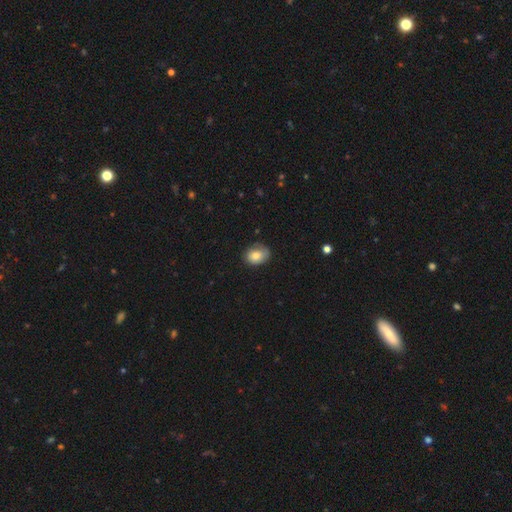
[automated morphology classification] Smooth or featured: smooth — 77% (featured or disk — 15%)
How rounded: in between — 61% (round — 38%)
Merging: none — 68% (minor disturbance — 24%)